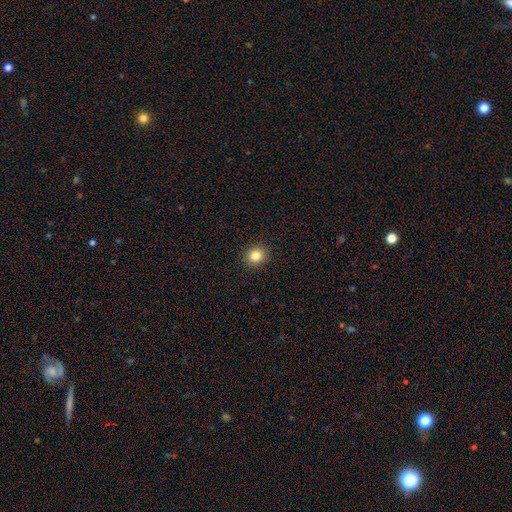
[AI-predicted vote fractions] smooth_or_featured: smooth (p=0.83) [alt: star or artifact p=0.11]
how_rounded: round (p=0.85) [alt: in between p=0.14]
merging: none (p=0.92) [alt: minor disturbance p=0.06]